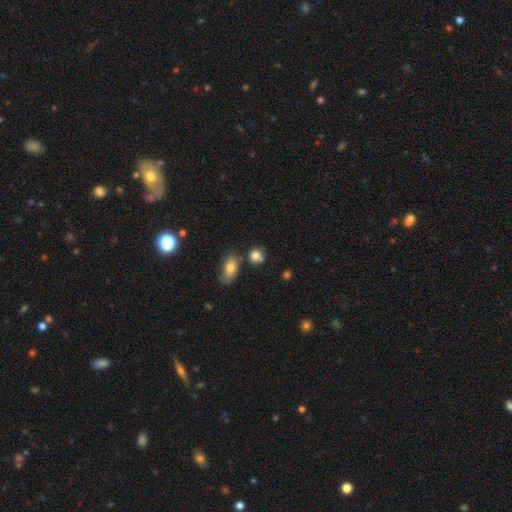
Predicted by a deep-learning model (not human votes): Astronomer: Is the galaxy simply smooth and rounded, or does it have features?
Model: smooth — 82%.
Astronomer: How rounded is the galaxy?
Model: round — 67%.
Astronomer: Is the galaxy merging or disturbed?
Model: none — 61%.